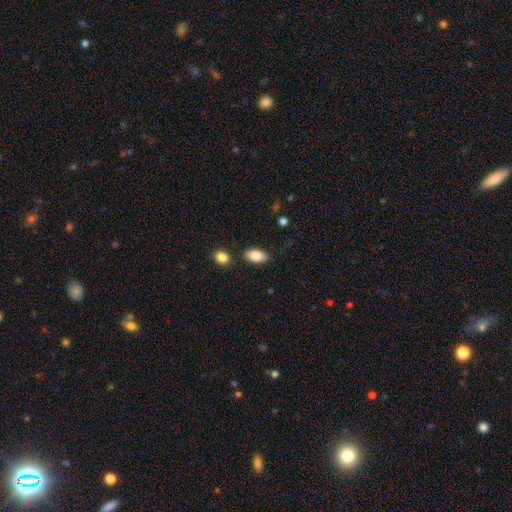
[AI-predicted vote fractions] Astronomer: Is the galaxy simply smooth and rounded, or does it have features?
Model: smooth — 83%.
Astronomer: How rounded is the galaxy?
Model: in between — 92%.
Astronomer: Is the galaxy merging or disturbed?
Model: none — 81%.